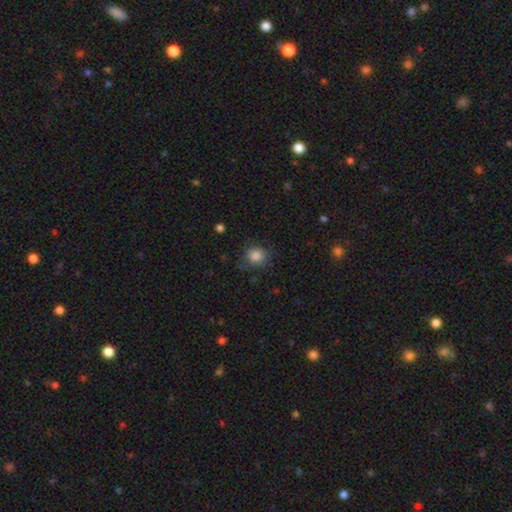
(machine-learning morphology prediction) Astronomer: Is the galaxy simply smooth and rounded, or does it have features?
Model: smooth — 85%.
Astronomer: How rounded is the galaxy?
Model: round — 83%.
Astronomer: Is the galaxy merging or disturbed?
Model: none — 81%.